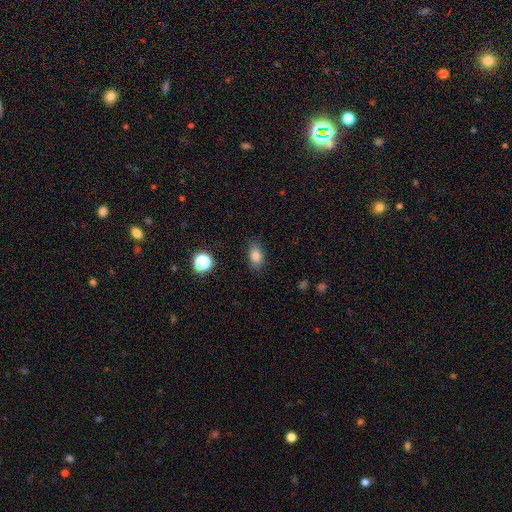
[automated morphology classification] Smooth or featured?
  - smooth: 82% *
  - star or artifact: 11%
  - featured or disk: 7%
How rounded?
  - in between: 84% *
  - round: 13%
  - cigar-shaped: 2%
Merging?
  - none: 84% *
  - minor disturbance: 12%
  - major disturbance: 3%
  - merger: 1%